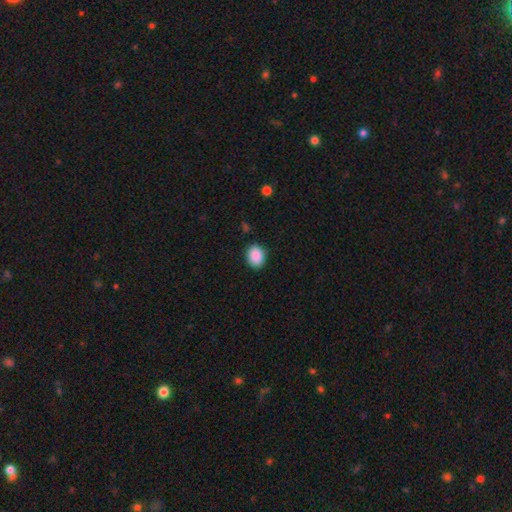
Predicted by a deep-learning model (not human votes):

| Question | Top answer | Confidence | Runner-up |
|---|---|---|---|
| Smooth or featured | smooth | 90% | star or artifact (8%) |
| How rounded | in between | 56% | round (43%) |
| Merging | none | 88% | minor disturbance (9%) |